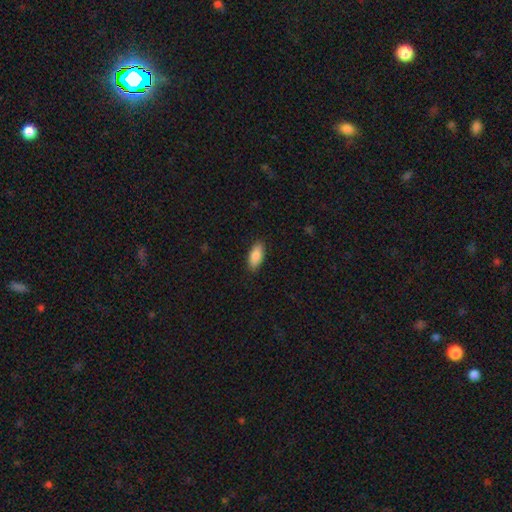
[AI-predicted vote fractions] Smooth or featured: smooth — 89% (star or artifact — 6%)
How rounded: in between — 88% (cigar-shaped — 10%)
Merging: none — 87% (minor disturbance — 10%)